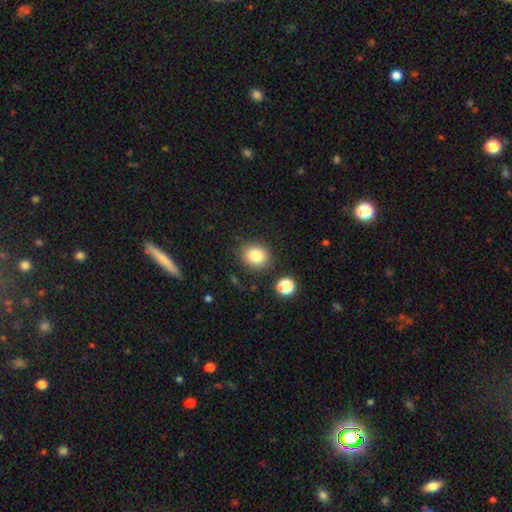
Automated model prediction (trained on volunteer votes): smooth-or-featured: smooth: 81% | star or artifact: 11% | featured or disk: 7%
  how-rounded: round: 74% | in between: 26% | cigar-shaped: 1%
  merging: none: 84% | minor disturbance: 9% | merger: 3% | major disturbance: 3%